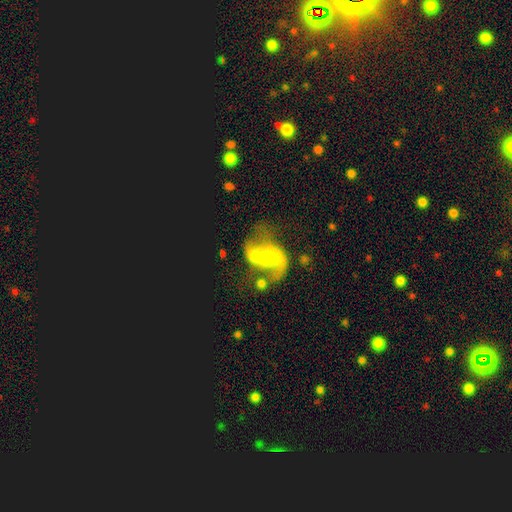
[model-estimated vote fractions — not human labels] Overall: featured or disk (62%; smooth 28%). Edge-on disk: no (97%). Bar: no (71%). Spiral arms: yes (68%; no 32%). Bulge size: moderate (48%; small 26%). Merging: merger (68%).